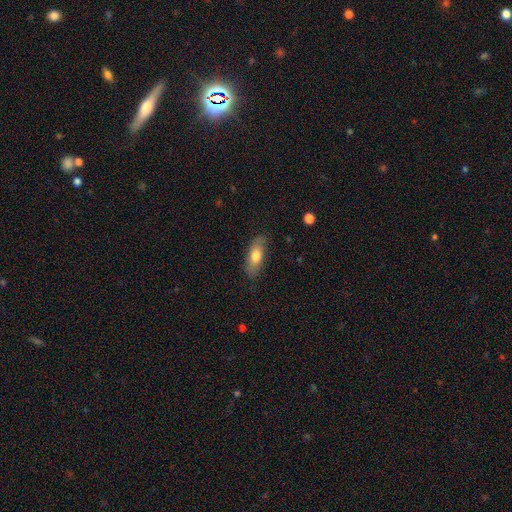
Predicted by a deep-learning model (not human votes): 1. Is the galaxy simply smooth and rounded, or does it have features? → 72% smooth, 22% featured or disk, 6% star or artifact.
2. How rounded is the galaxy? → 73% in between, 24% cigar-shaped, 3% round.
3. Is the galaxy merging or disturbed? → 78% none, 17% minor disturbance, 4% major disturbance, 1% merger.